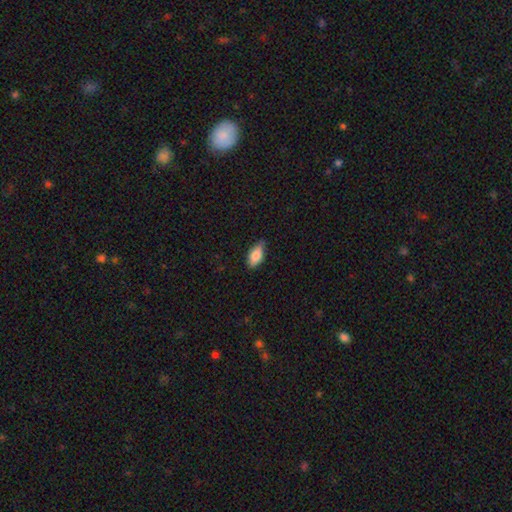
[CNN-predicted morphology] This is likely a smooth galaxy (77%). How rounded: clearly in between (87%). Merging: likely none (71%).